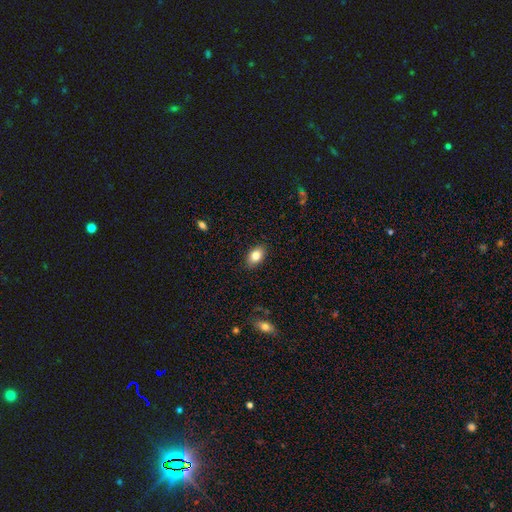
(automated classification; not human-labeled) A smooth galaxy with no disk features (82%) that is in between round and cigar-shaped (87%).

Vote fractions:
- Smooth or featured? smooth: 82% / featured or disk: 9% / star or artifact: 8%
- How rounded? in between: 87% / round: 11% / cigar-shaped: 2%
- Merging? none: 88% / minor disturbance: 9% / major disturbance: 2% / merger: 1%